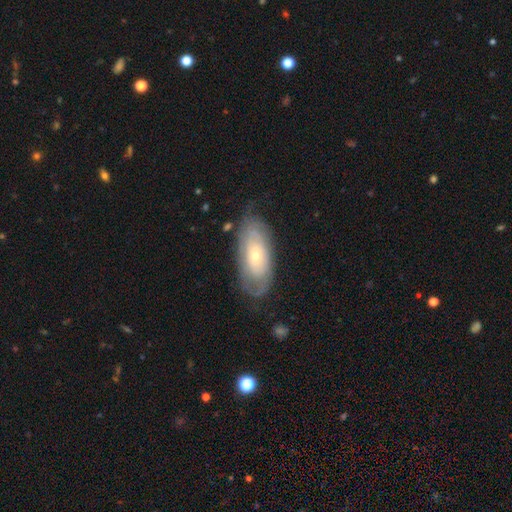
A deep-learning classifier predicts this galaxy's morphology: Smooth or featured?
  - featured or disk: 63% *
  - smooth: 31%
  - star or artifact: 7%
Edge-on disk?
  - no: 88% *
  - yes: 12%
Bar?
  - no: 83% *
  - weak: 14%
  - strong: 4%
Spiral arms?
  - yes: 72% *
  - no: 28%
Bulge size?
  - small: 67% *
  - moderate: 28%
  - large: 2%
  - none: 1%
  - dominant: 1%
Merging?
  - none: 69% *
  - minor disturbance: 20%
  - major disturbance: 8%
  - merger: 2%